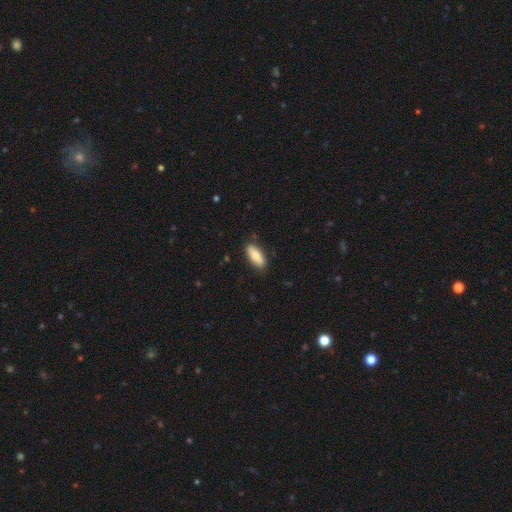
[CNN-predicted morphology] Overall: smooth (80%). How rounded: in between (74%). Merging: none (84%).